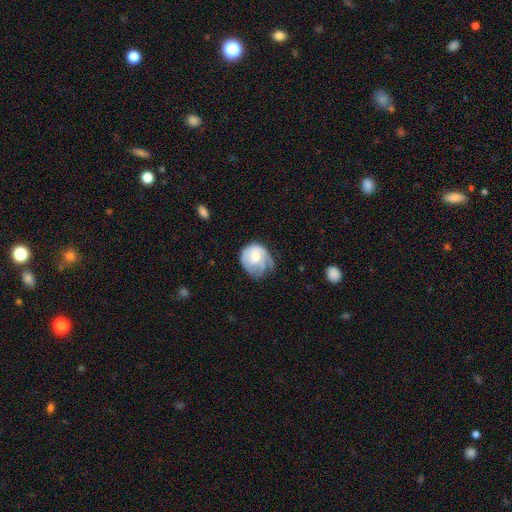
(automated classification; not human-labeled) smooth-or-featured: featured or disk: 53% | smooth: 40% | star or artifact: 7%
  disk-edge-on: no: 97% | yes: 3%
    bar: no: 67% | weak: 28% | strong: 5%
    has-spiral-arms: yes: 74% | no: 26%
    bulge-size: moderate: 62% | small: 23% | large: 11% | none: 4% | dominant: 1%
  merging: none: 40% | minor disturbance: 34% | major disturbance: 23% | merger: 2%